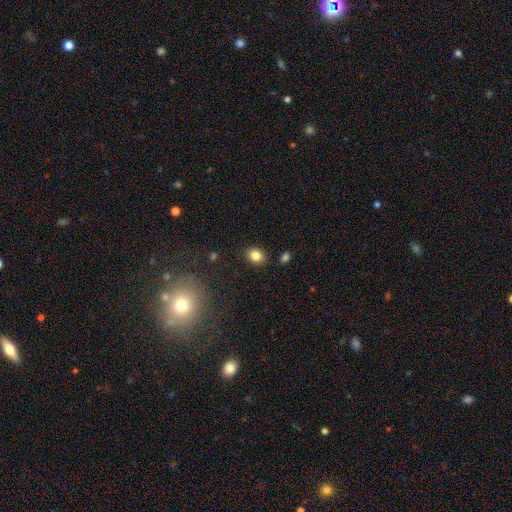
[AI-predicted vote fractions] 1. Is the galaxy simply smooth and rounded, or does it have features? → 83% smooth, 11% star or artifact, 6% featured or disk.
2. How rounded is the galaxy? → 58% round, 41% in between, 1% cigar-shaped.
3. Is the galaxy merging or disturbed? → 87% none, 8% minor disturbance, 2% merger, 2% major disturbance.